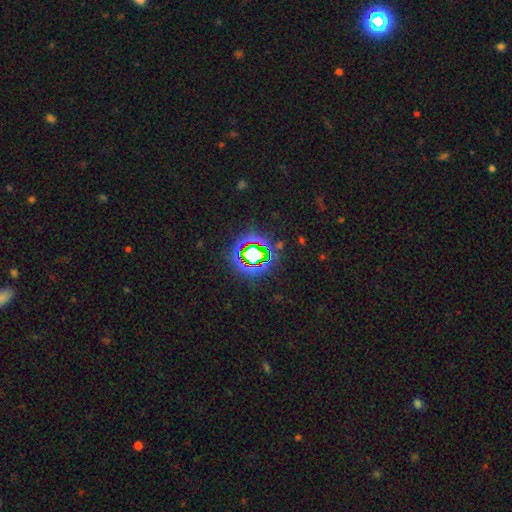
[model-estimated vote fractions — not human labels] This appears to be a star or artifact, not a galaxy (77%).